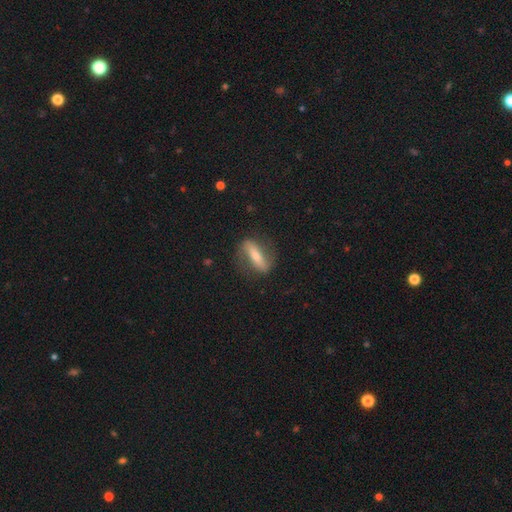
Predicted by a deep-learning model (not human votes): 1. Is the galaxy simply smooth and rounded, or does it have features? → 50% featured or disk, 43% smooth, 7% star or artifact.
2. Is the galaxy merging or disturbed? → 74% none, 16% minor disturbance, 8% major disturbance, 2% merger.